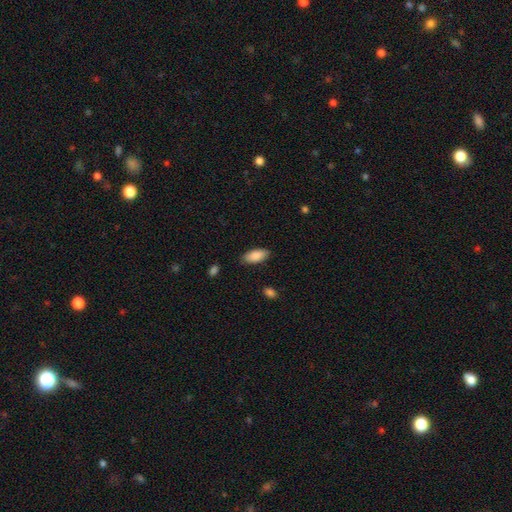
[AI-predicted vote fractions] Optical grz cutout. It shows a smooth galaxy with no disk features (89%) that is in between round and cigar-shaped (89%). Merging: none (85%).